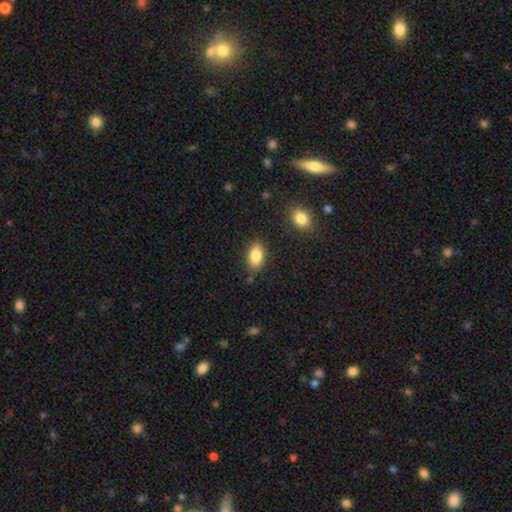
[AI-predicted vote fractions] A smooth galaxy with no disk features (85%) that is in between round and cigar-shaped (91%). Merging: none (82%).